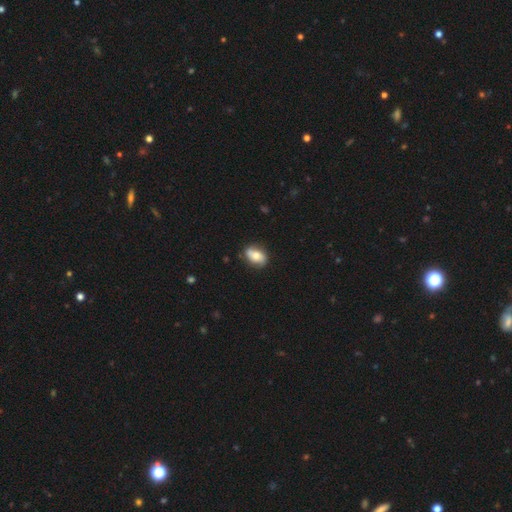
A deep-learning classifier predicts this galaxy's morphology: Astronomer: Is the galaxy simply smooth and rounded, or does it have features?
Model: smooth — 61%.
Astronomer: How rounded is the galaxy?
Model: in between — 82%.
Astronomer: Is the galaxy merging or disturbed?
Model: none — 78%.